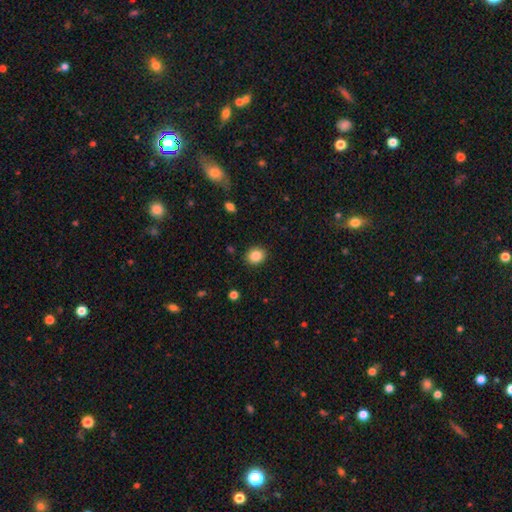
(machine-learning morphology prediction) type=smooth (87%); roundness=round (64%); merging=none (88%).